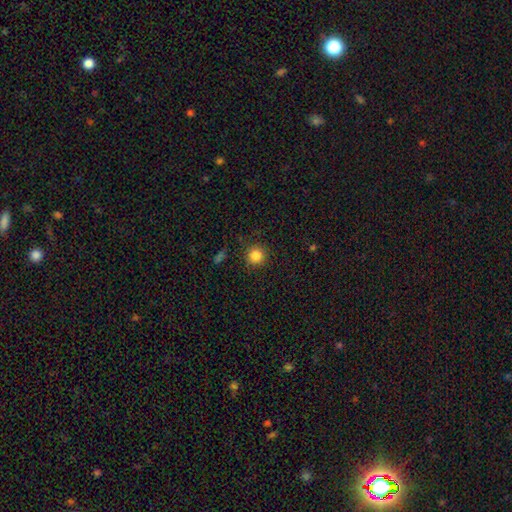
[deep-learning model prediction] Morphology: type=smooth (84%); roundness=round (94%); merging=none (88%).